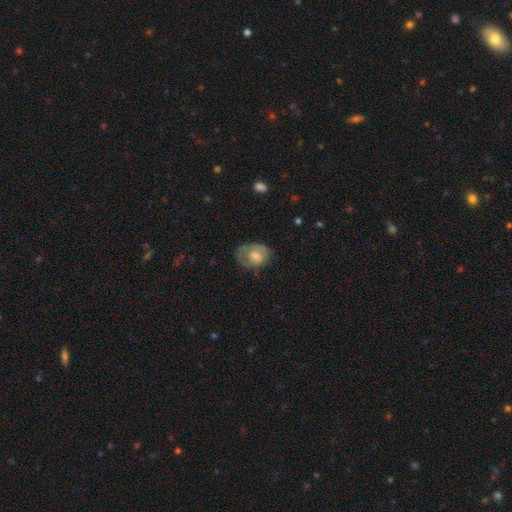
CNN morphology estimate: The model was most divided on "merging": none: 47%, minor disturbance: 30%, major disturbance: 21%, merger: 2%. More confident: smooth or featured — smooth (59%); how rounded — in between (59%).